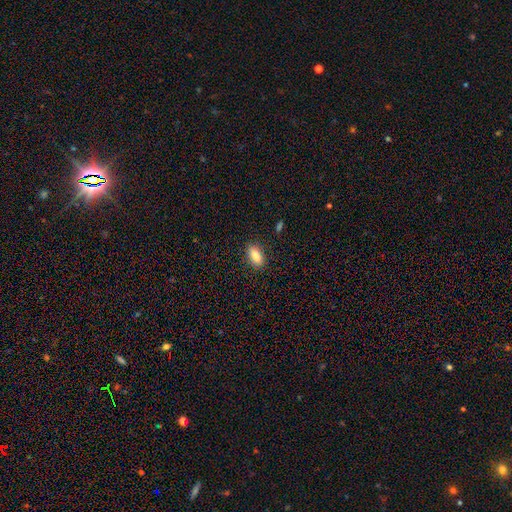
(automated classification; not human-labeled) This is clearly a smooth galaxy (84%). How rounded: clearly in between (85%). Merging: clearly none (87%).